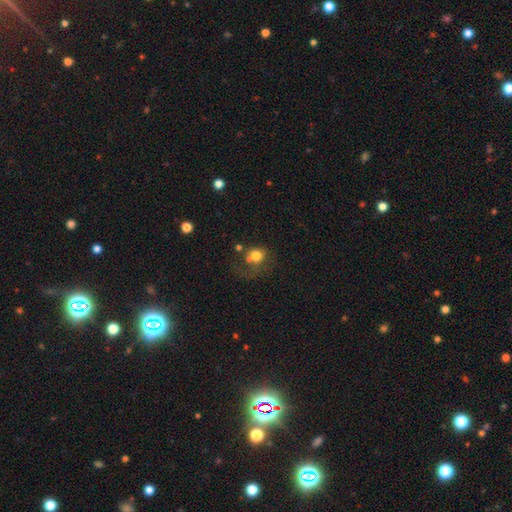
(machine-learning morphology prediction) Smooth or featured? smooth (71%)
How rounded? round (72%)
Merging? merger (33%)